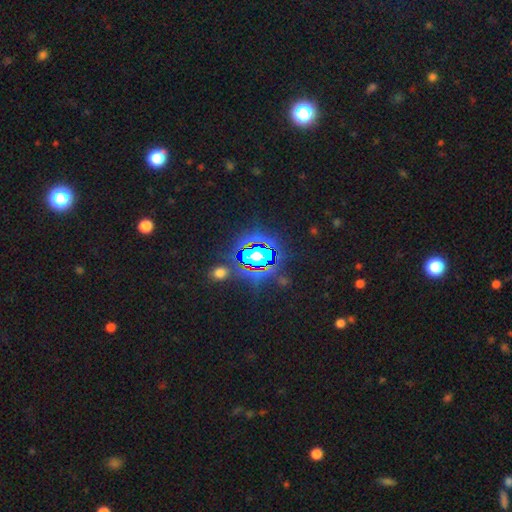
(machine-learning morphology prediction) Smooth or featured? star or artifact (74%)